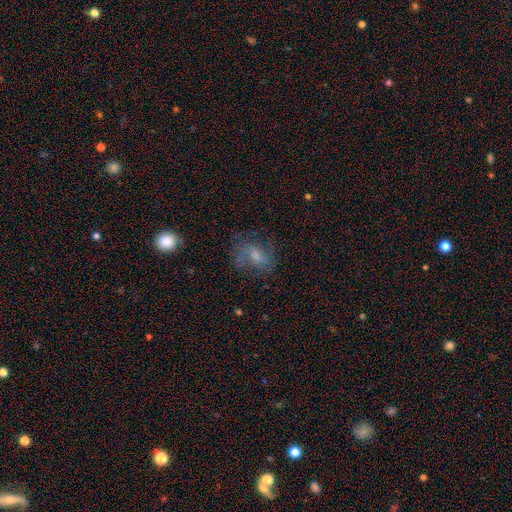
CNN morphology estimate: type=featured or disk (47%); merging=none (57%).